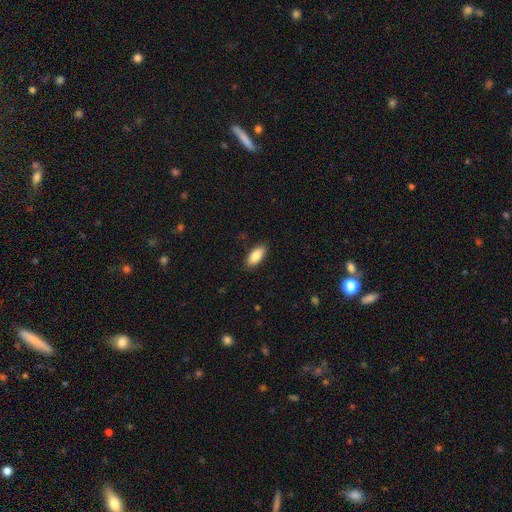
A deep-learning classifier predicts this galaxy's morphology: Q: Smooth or featured?
A: smooth (87%); runner-up: featured or disk (7%)
Q: How rounded?
A: in between (90%); runner-up: cigar-shaped (8%)
Q: Merging?
A: none (87%); runner-up: minor disturbance (10%)